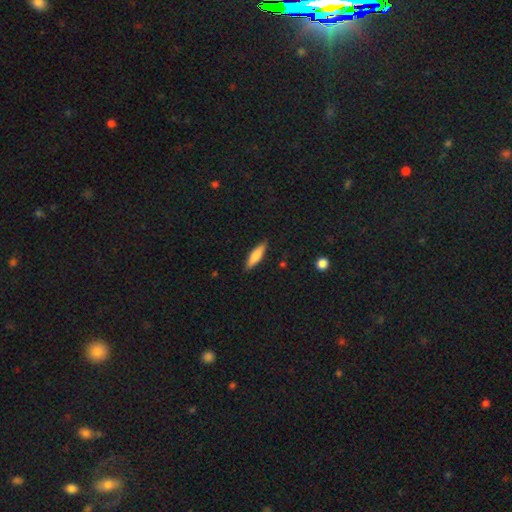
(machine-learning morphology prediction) This appears to be a smooth galaxy with no disk features (75%) that is cigar-shaped (67%). Merging: none (88%).